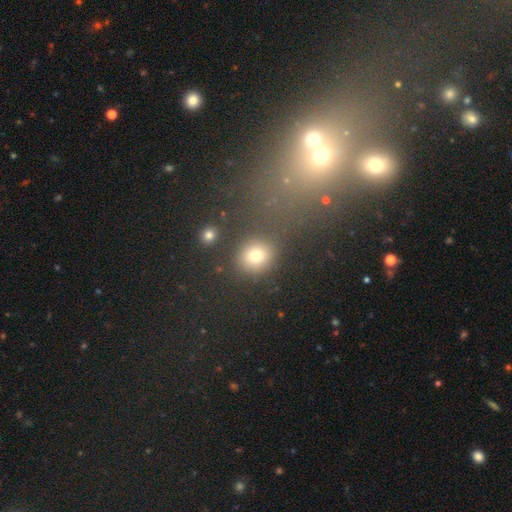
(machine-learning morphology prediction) A smooth galaxy with no disk features (74%) that is round (76%).

Vote fractions:
- Smooth or featured? smooth: 74% / star or artifact: 17% / featured or disk: 9%
- How rounded? round: 76% / in between: 23% / cigar-shaped: 1%
- Merging? none: 82% / minor disturbance: 9% / merger: 5% / major disturbance: 4%